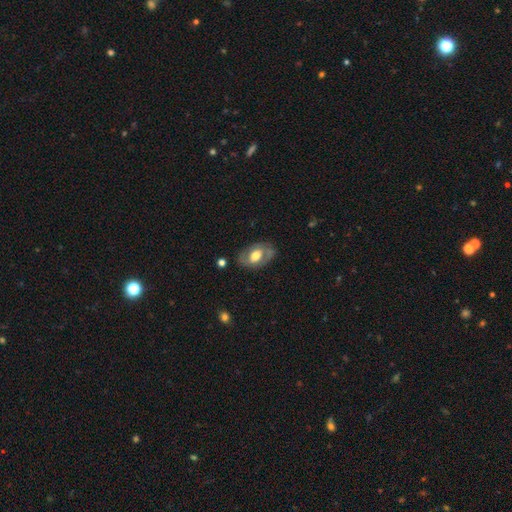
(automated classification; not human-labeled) A featured or disk galaxy (57%) with no bar (56%), no spiral arms (51%) and a moderate central bulge (58%). Merging: none (75%).